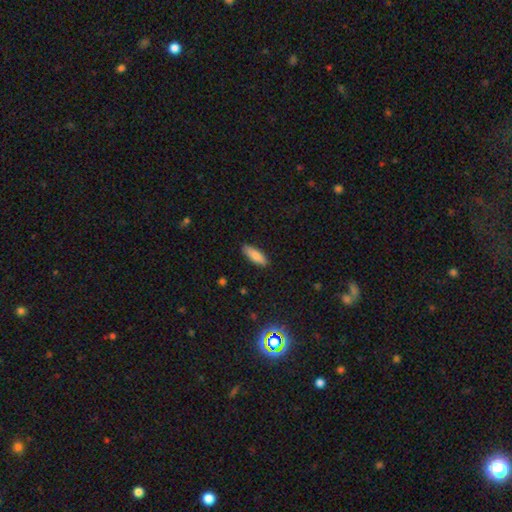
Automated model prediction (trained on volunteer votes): This is clearly a smooth galaxy (84%). How rounded: possibly in between (57%). Merging: clearly none (88%).